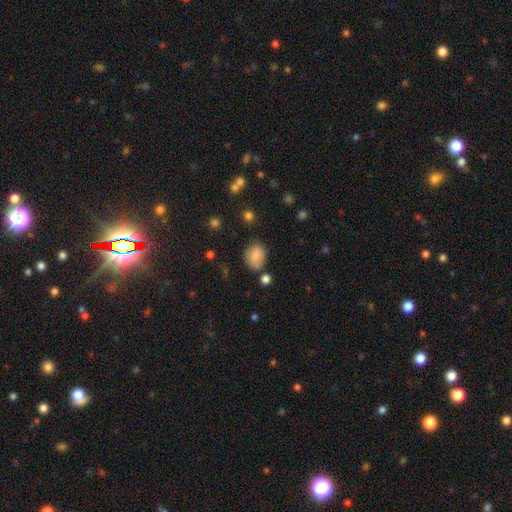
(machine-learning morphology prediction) smooth_or_featured: smooth (p=0.84) [alt: star or artifact p=0.10]
how_rounded: in between (p=0.54) [alt: round p=0.45]
merging: none (p=0.66) [alt: minor disturbance p=0.22]